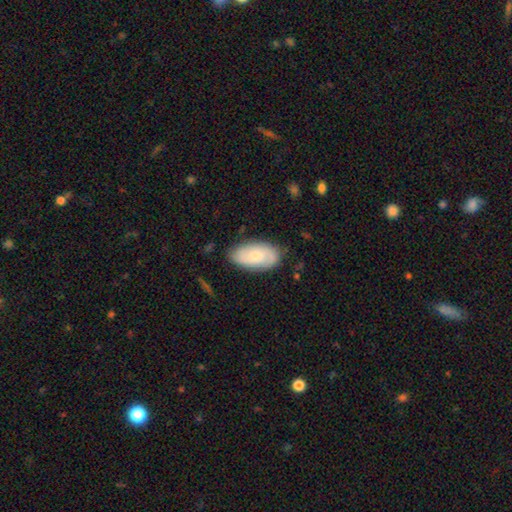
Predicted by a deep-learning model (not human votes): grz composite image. It shows a smooth galaxy with no disk features (59%) that is in between round and cigar-shaped (93%). Merging: none (80%).